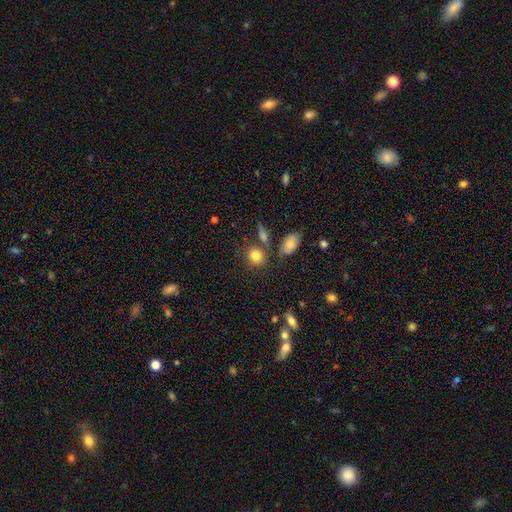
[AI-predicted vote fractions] A smooth galaxy with no disk features (81%) that is round (72%).

Vote fractions:
- Smooth or featured? smooth: 81% / star or artifact: 9% / featured or disk: 9%
- How rounded? round: 72% / in between: 26% / cigar-shaped: 2%
- Merging? none: 69% / merger: 15% / minor disturbance: 12% / major disturbance: 4%